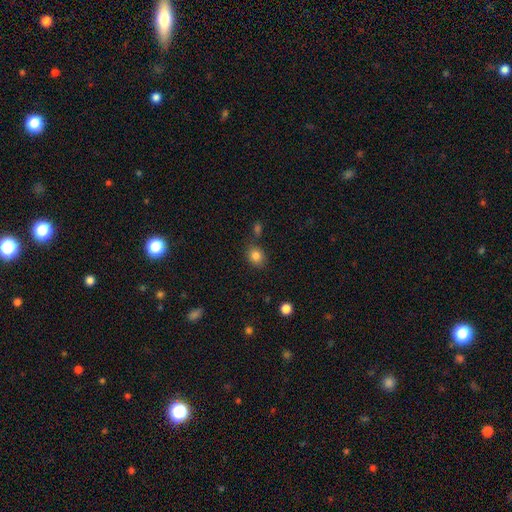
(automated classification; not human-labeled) This appears to be a smooth galaxy with no disk features (84%) that is round (66%). Merging: none (76%).